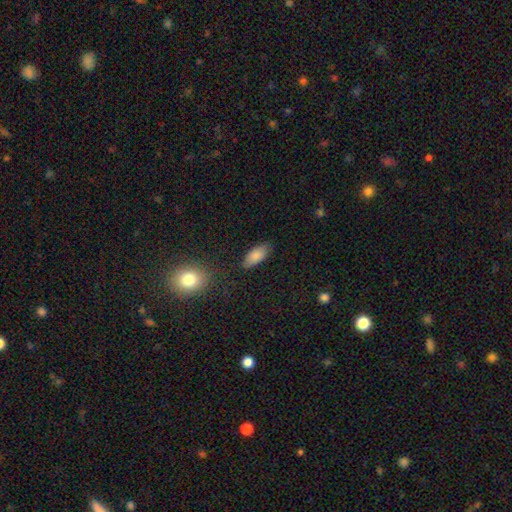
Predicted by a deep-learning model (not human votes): Q: Smooth or featured?
A: smooth (85%); runner-up: star or artifact (8%)
Q: How rounded?
A: in between (86%); runner-up: cigar-shaped (11%)
Q: Merging?
A: none (80%); runner-up: minor disturbance (15%)